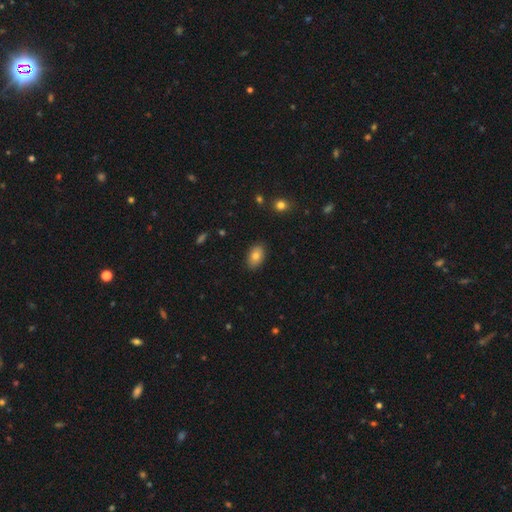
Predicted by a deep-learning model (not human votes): This appears to be a smooth galaxy with no disk features (79%) that is in between round and cigar-shaped (88%). Merging: none (86%).